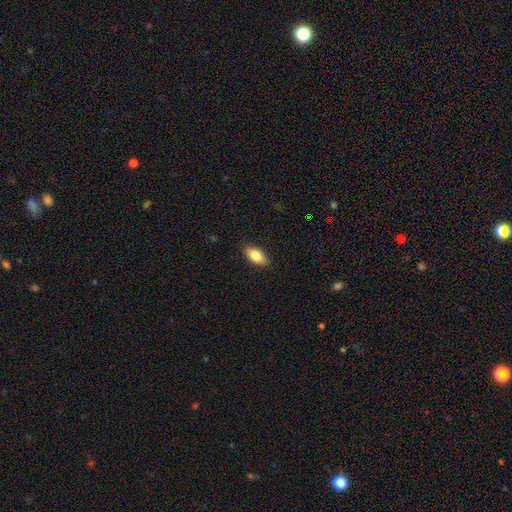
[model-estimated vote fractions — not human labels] Smooth or featured?
  - smooth: 83% *
  - featured or disk: 10%
  - star or artifact: 7%
How rounded?
  - in between: 90% *
  - cigar-shaped: 7%
  - round: 3%
Merging?
  - none: 88% *
  - minor disturbance: 9%
  - major disturbance: 2%
  - merger: 1%